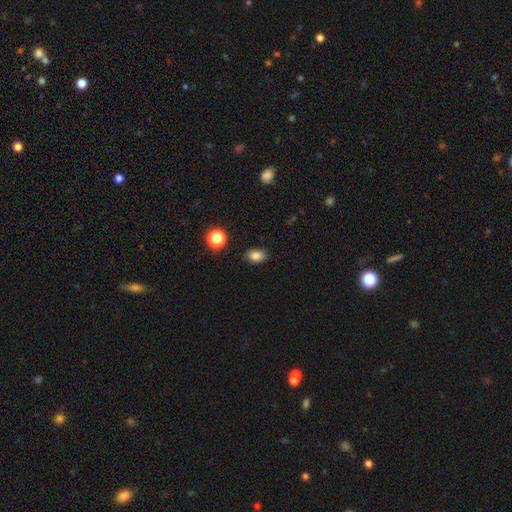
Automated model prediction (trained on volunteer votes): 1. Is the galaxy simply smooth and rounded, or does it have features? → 83% smooth, 12% star or artifact, 5% featured or disk.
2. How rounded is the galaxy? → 79% in between, 20% round, 1% cigar-shaped.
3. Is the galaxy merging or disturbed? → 88% none, 8% minor disturbance, 2% major disturbance, 2% merger.